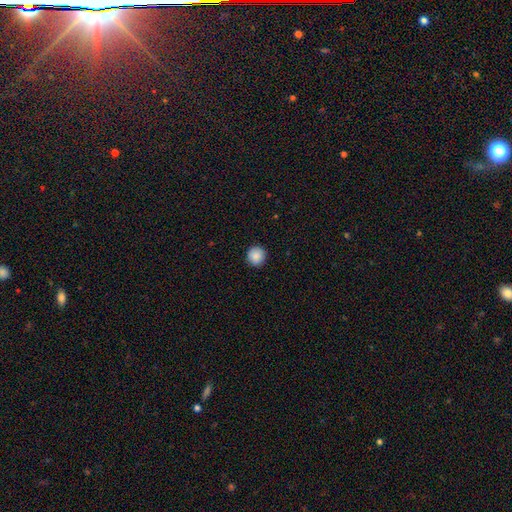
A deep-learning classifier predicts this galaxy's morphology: Overall: smooth (89%). How rounded: round (95%). Merging: none (92%).